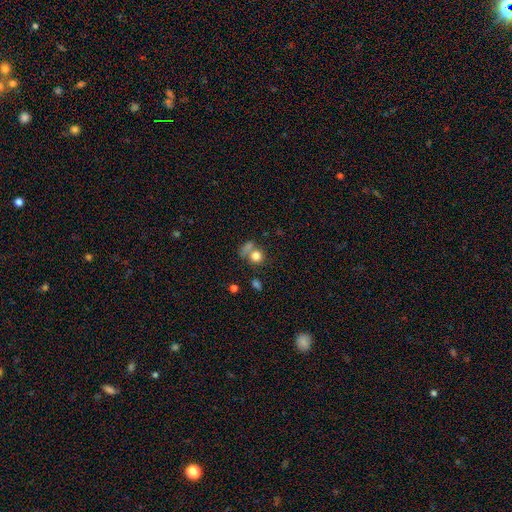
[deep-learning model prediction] This is likely a smooth galaxy (77%). How rounded: clearly round (81%). Merging: possibly none (48%).